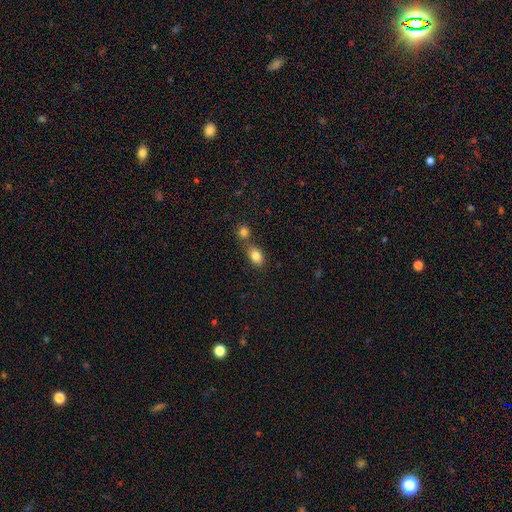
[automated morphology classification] This is clearly a smooth galaxy (82%). How rounded: clearly in between (80%). Merging: possibly none (48%).